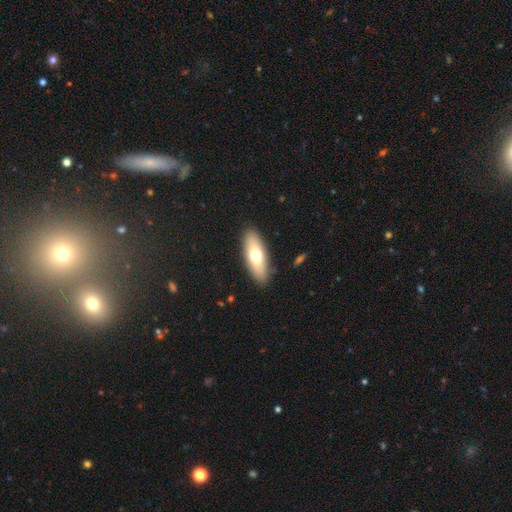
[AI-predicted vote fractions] smooth-or-featured: smooth: 66% | featured or disk: 28% | star or artifact: 6%
  how-rounded: in between: 67% | cigar-shaped: 31% | round: 3%
  merging: none: 88% | minor disturbance: 9% | major disturbance: 2% | merger: 1%